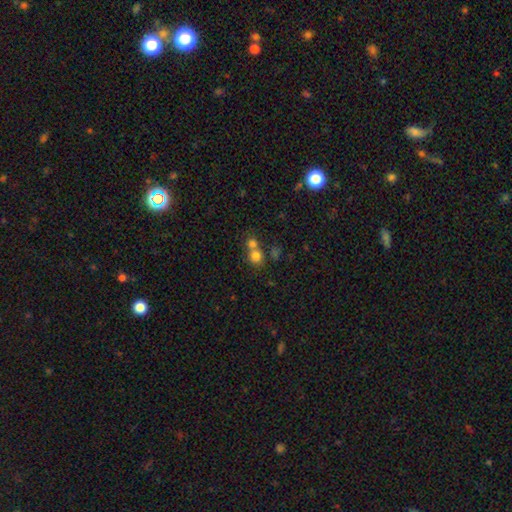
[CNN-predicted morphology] smooth_or_featured: smooth (p=0.76) [alt: star or artifact p=0.13]
how_rounded: round (p=0.83) [alt: in between p=0.16]
merging: merger (p=0.50) [alt: none p=0.41]